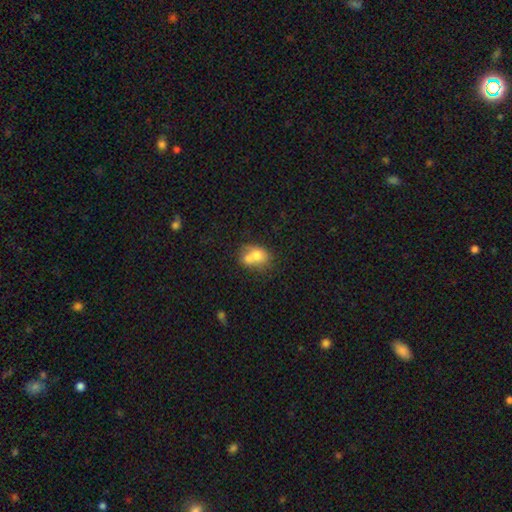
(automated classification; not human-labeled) The model was most divided on "how rounded": in between: 53%, round: 46%, cigar-shaped: 1%. More confident: smooth or featured — smooth (68%); merging — merger (57%).